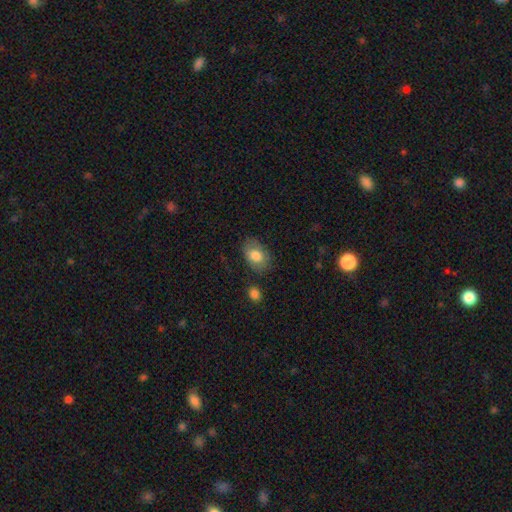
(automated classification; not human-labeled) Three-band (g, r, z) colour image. It shows a smooth galaxy with no disk features (80%) that is in between round and cigar-shaped (84%). Merging: none (75%).